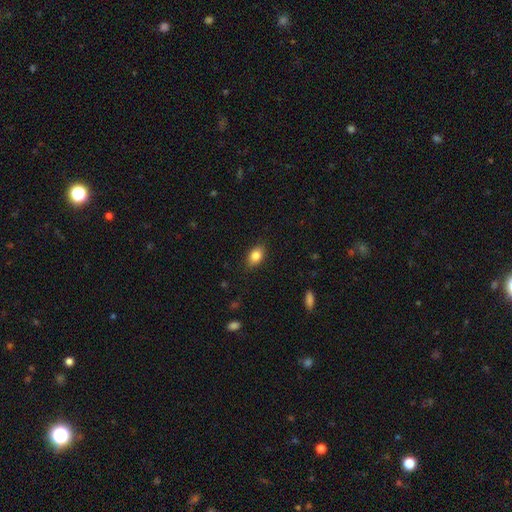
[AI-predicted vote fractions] smooth 84%, star or artifact 8%, featured or disk 8%. Down the decision tree: how rounded — in between (84%); merging — none (86%).